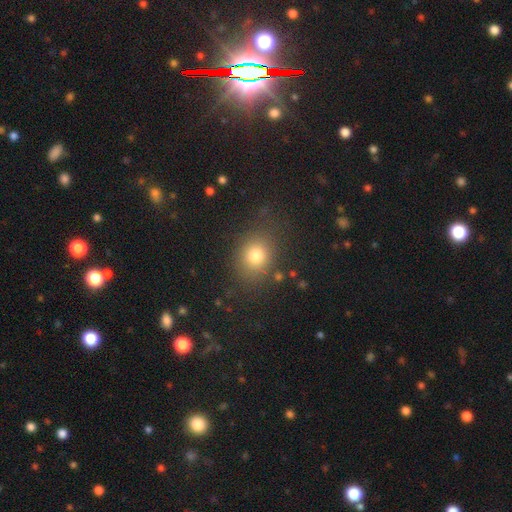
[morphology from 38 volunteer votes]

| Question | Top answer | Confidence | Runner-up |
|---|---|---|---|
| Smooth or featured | smooth | 82% | featured or disk (11%) |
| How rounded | round | 71% | in between (26%) |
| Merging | none | 63% | minor disturbance (29%) |